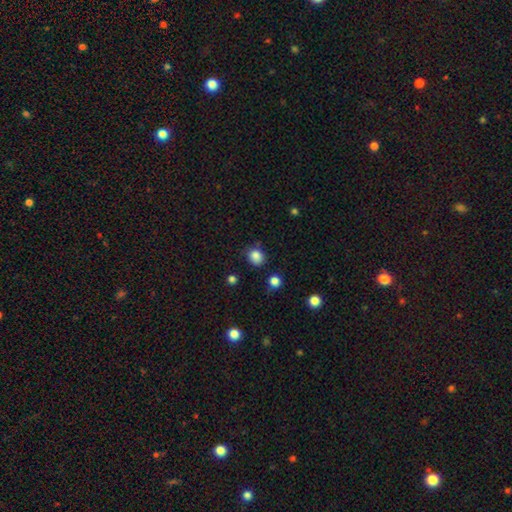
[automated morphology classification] Q: Smooth or featured?
A: smooth (84%); runner-up: star or artifact (11%)
Q: How rounded?
A: round (72%); runner-up: in between (27%)
Q: Merging?
A: none (78%); runner-up: minor disturbance (15%)